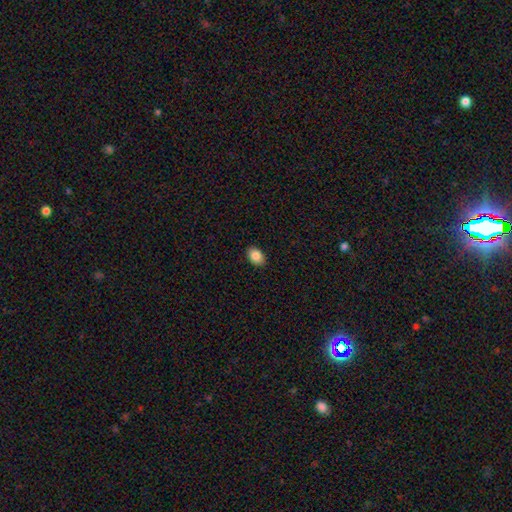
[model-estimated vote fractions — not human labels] Smooth or featured: smooth — 87% (star or artifact — 8%)
How rounded: in between — 83% (round — 16%)
Merging: none — 90% (minor disturbance — 8%)